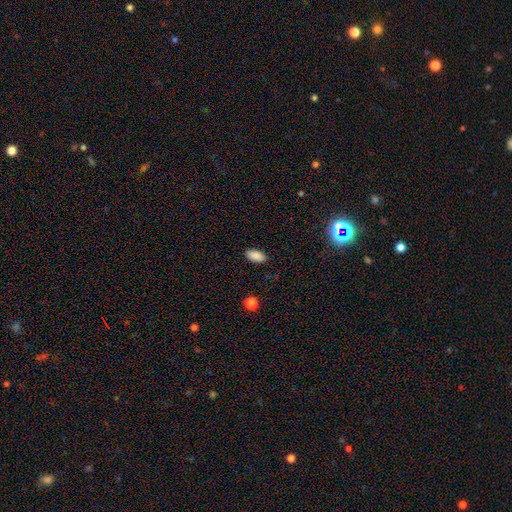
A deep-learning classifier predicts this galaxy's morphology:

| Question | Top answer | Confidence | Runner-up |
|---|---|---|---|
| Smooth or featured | smooth | 88% | star or artifact (8%) |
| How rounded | in between | 93% | cigar-shaped (4%) |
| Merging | none | 87% | minor disturbance (9%) |